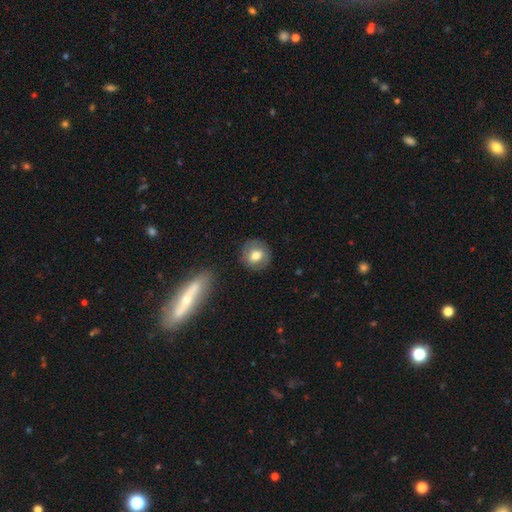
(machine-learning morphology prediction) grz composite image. It shows a smooth galaxy with no disk features (68%) that is round (85%). Merging: none (83%).